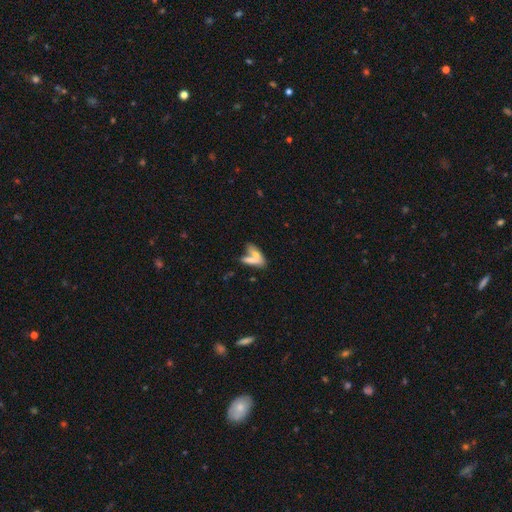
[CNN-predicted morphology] Smooth or featured: smooth — 61% (featured or disk — 28%)
How rounded: in between — 60% (cigar-shaped — 34%)
Merging: merger — 49% (none — 33%)